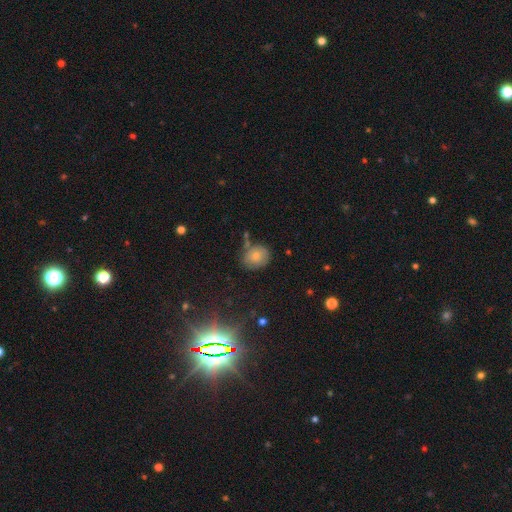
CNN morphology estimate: Smooth or featured: smooth — 71% (featured or disk — 17%)
How rounded: round — 68% (in between — 31%)
Merging: none — 65% (minor disturbance — 20%)